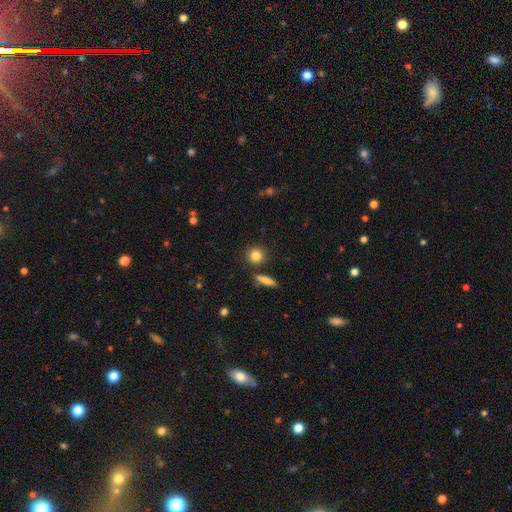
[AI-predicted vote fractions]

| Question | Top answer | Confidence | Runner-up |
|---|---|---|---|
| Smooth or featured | smooth | 83% | star or artifact (9%) |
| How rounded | round | 85% | in between (12%) |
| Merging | none | 84% | minor disturbance (8%) |